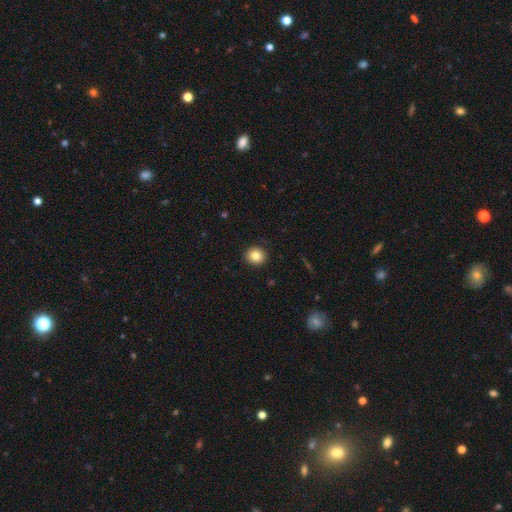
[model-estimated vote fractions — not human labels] Smooth or featured? smooth (83%)
How rounded? round (88%)
Merging? none (91%)